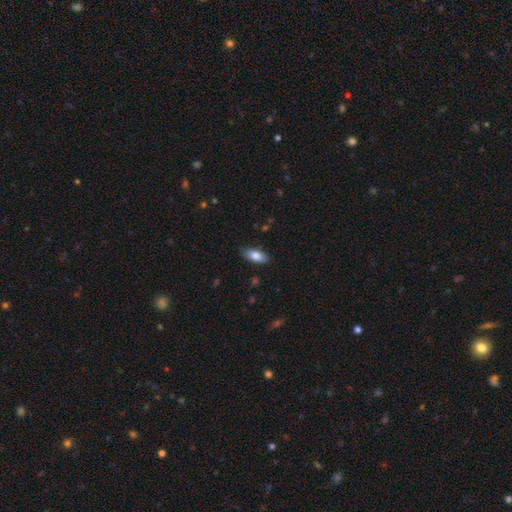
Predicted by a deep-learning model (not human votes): Smooth or featured? smooth (81%)
How rounded? in between (88%)
Merging? none (83%)